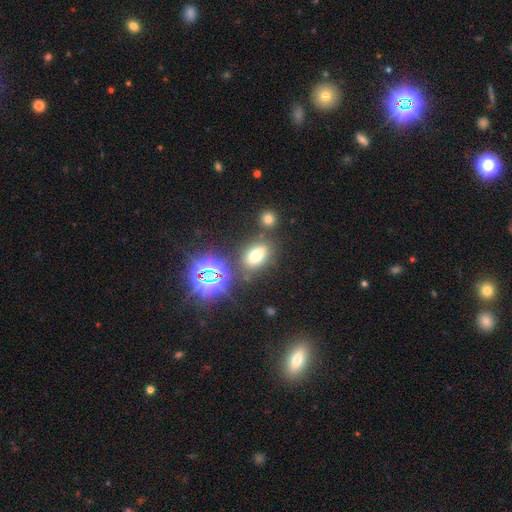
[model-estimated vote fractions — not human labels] smooth-or-featured: smooth: 62% | star or artifact: 26% | featured or disk: 12%
  how-rounded: in between: 76% | round: 21% | cigar-shaped: 3%
  merging: none: 73% | minor disturbance: 12% | merger: 11% | major disturbance: 5%